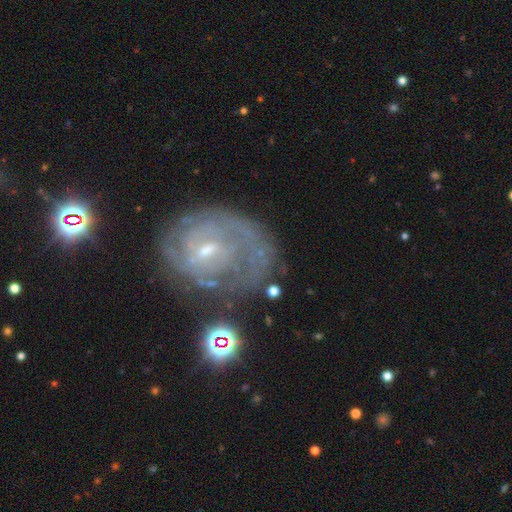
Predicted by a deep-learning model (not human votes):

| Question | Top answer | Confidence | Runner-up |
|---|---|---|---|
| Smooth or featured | featured or disk | 79% | star or artifact (11%) |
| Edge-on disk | no | 97% | yes (3%) |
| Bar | weak | 48% | no (37%) |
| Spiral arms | yes | 90% | no (10%) |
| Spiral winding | tight | 64% | medium (28%) |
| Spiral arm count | can't tell | 39% | 2 (28%) |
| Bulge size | small | 75% | moderate (19%) |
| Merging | none | 63% | minor disturbance (20%) |